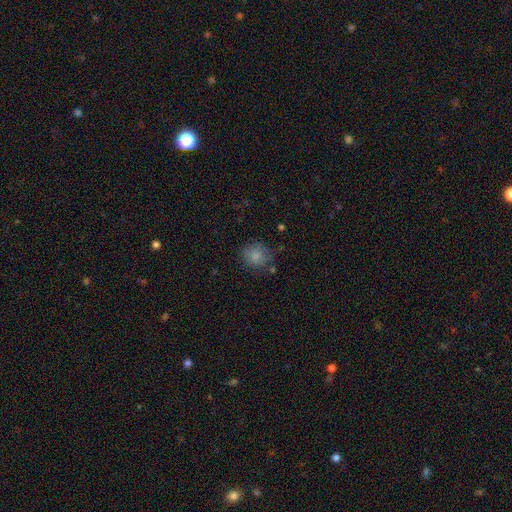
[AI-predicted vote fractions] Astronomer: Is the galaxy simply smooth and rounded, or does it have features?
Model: smooth — 83%.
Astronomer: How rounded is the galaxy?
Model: round — 84%.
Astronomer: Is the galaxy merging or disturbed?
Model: none — 71%.